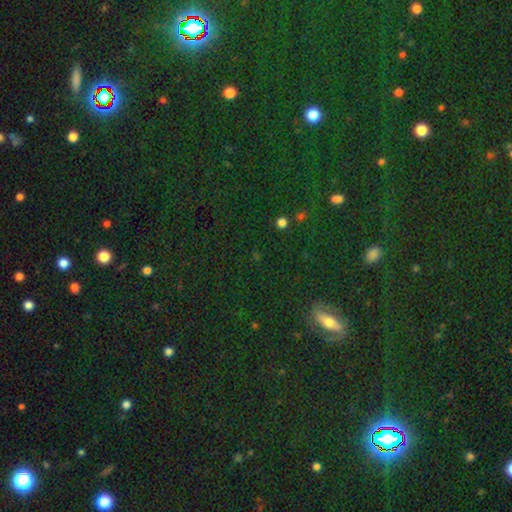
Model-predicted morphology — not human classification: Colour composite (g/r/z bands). It shows a star or artifact, not a galaxy (59%).